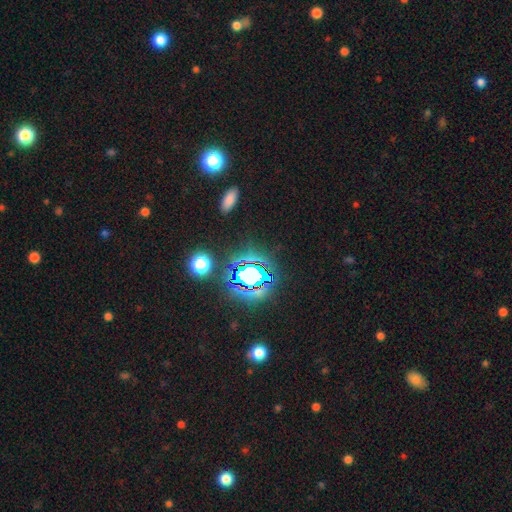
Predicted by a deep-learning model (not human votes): A star or artifact, not a galaxy (84%).

Vote fractions:
- Smooth or featured? star or artifact: 84% / smooth: 10% / featured or disk: 7%